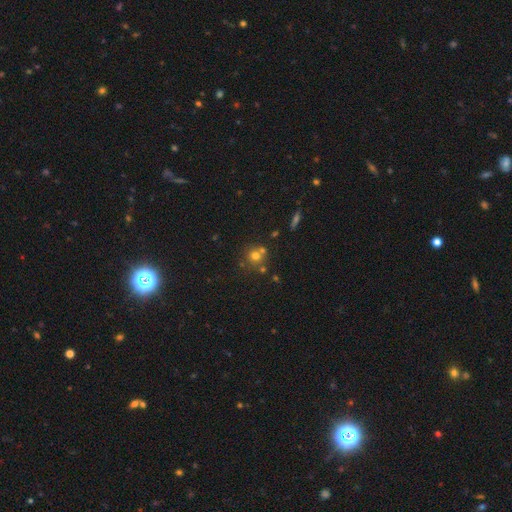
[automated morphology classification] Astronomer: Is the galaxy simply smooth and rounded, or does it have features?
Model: smooth — 66%.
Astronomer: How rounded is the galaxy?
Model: round — 87%.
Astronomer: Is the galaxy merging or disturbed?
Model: none — 57%.